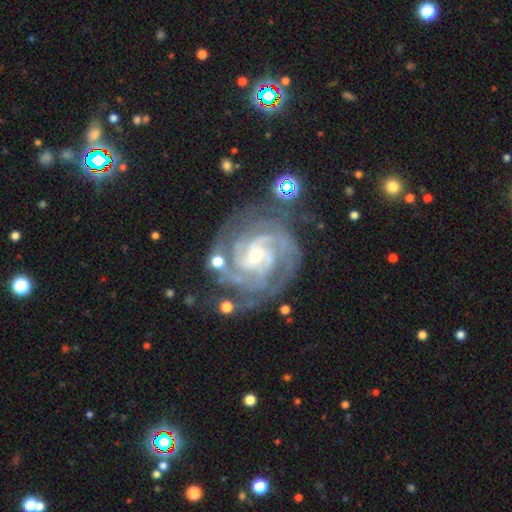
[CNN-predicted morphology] A featured or disk galaxy (92%) with no bar (48%), 3 (32%) tight (70%) spiral arms (99%) and a small central bulge (68%).

Vote fractions:
- Smooth or featured? featured or disk: 92% / star or artifact: 5% / smooth: 3%
- Edge-on disk? no: 98% / yes: 2%
- Bar? no: 48% / weak: 38% / strong: 14%
- Spiral arms? yes: 99% / no: 1%
- Spiral winding? tight: 70% / medium: 27% / loose: 3%
- Spiral arm count? 3: 32% / 4: 24% / 2: 18% / can't tell: 13% / more than 4: 7% / 1: 6%
- Bulge size? small: 68% / moderate: 27% / none: 2% / large: 2% / dominant: 1%
- Merging? none: 72% / minor disturbance: 17% / major disturbance: 7% / merger: 3%